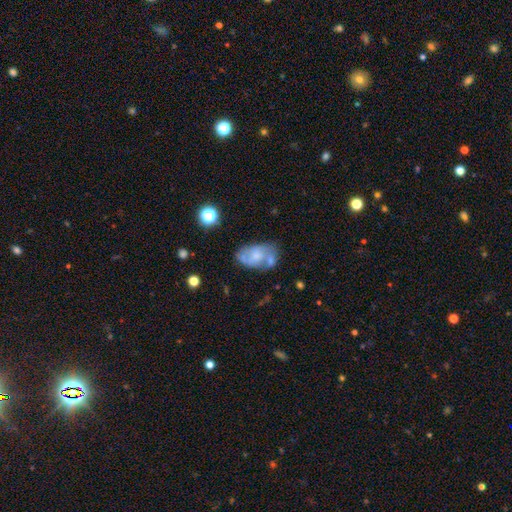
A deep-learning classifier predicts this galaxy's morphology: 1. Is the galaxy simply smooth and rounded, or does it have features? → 47% featured or disk, 44% smooth, 9% star or artifact.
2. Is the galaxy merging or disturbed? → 40% none, 26% merger, 22% minor disturbance, 12% major disturbance.